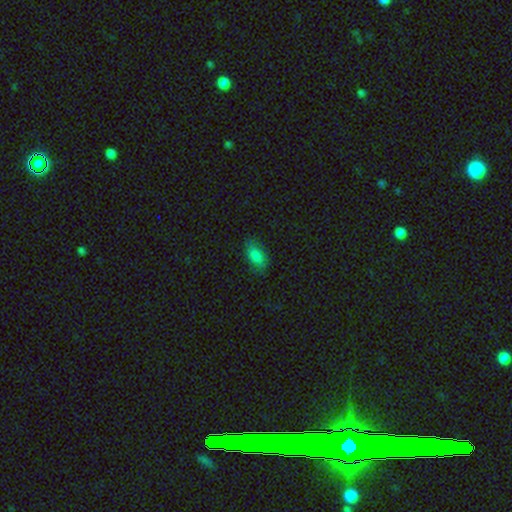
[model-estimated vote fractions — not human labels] Morphology: type=smooth (83%); roundness=in between (90%); merging=none (80%).